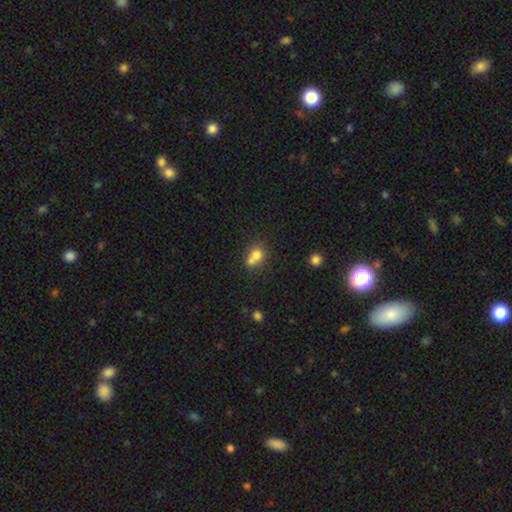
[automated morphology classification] Smooth or featured? smooth (72%)
How rounded? round (64%)
Merging? merger (51%)